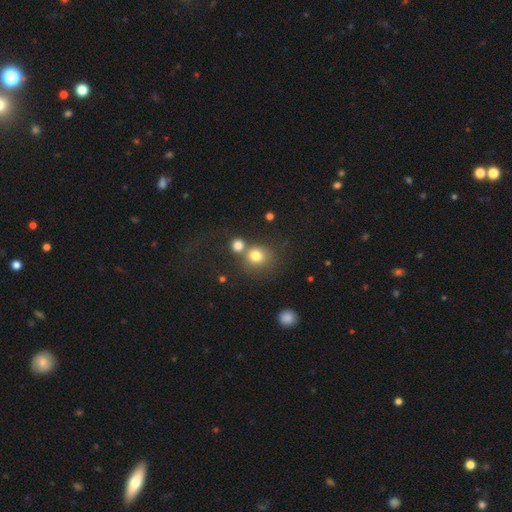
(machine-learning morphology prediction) smooth 77%, star or artifact 13%, featured or disk 9%. Down the decision tree: how rounded — round (84%); merging — none (54%).